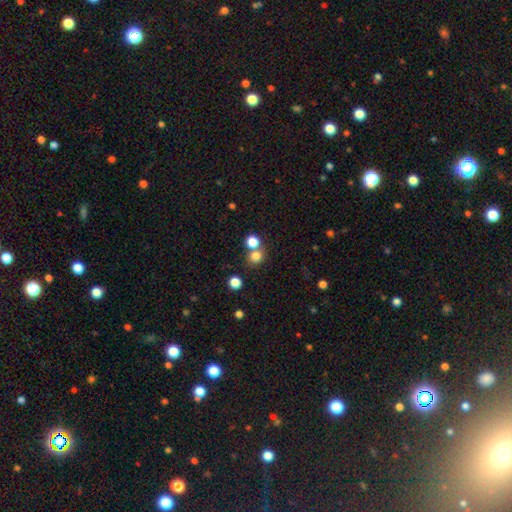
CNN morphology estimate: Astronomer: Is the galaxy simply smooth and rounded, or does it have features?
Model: smooth — 78%.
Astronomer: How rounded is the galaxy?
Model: round — 84%.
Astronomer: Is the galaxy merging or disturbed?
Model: none — 62%.